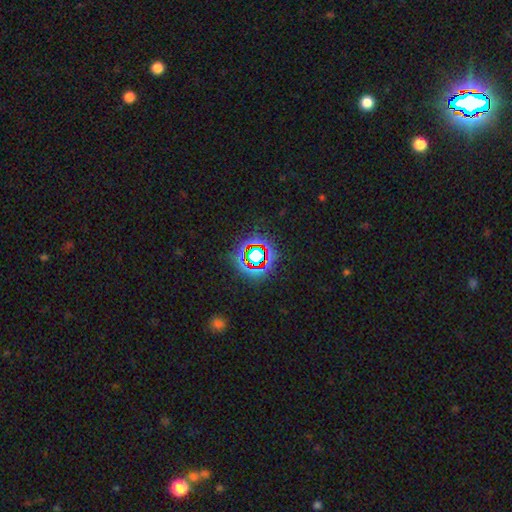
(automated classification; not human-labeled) Smooth or featured? star or artifact (72%)